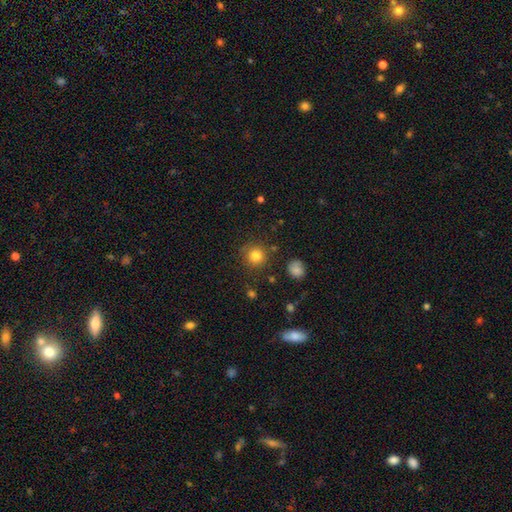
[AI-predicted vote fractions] smooth 82%, star or artifact 12%, featured or disk 6%. Down the decision tree: how rounded — round (93%); merging — none (84%).